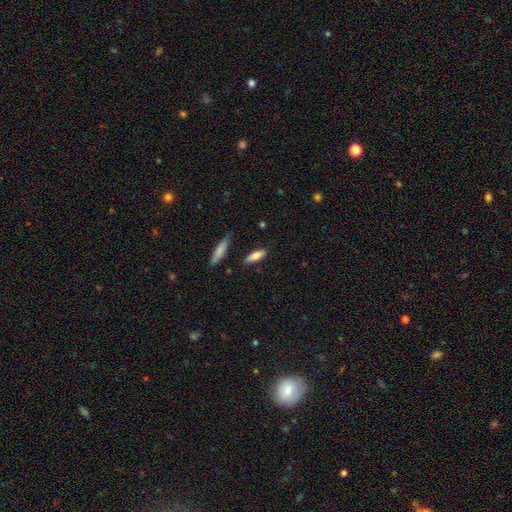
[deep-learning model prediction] smooth 81%, featured or disk 13%, star or artifact 6%. Down the decision tree: how rounded — in between (58%); merging — none (81%).